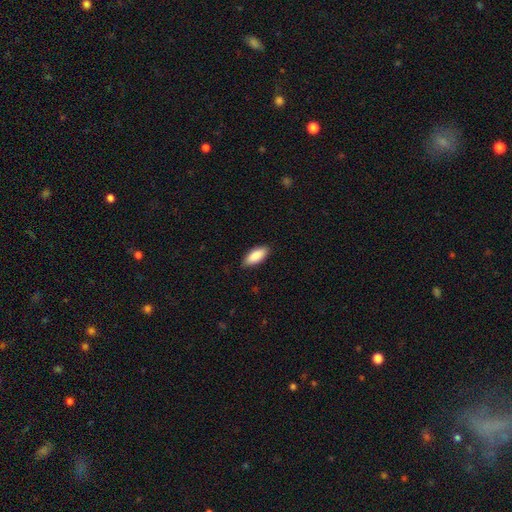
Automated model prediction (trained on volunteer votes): This appears to be a smooth galaxy with no disk features (89%) that is in between round and cigar-shaped (84%). Merging: none (87%).